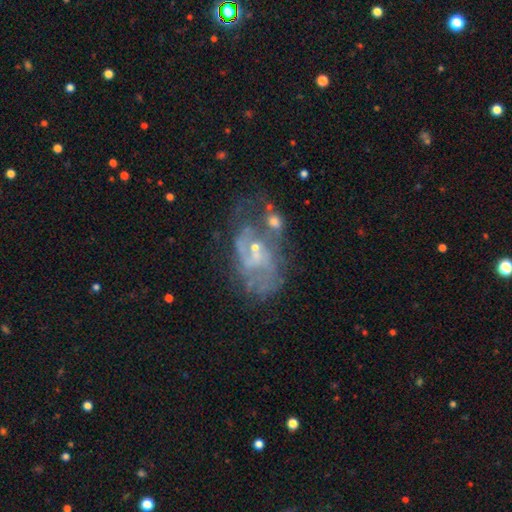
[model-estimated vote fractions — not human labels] This is likely a featured or disk galaxy (75%). It is clearly not viewed edge-on (97%). Bar: possibly no (59%). Spiral arm pattern: likely yes (70%). Spiral arm count: marginally 2 (38%). Spiral winding: marginally medium (41%). Central bulge: likely small (64%). Merging: marginally none (35%).